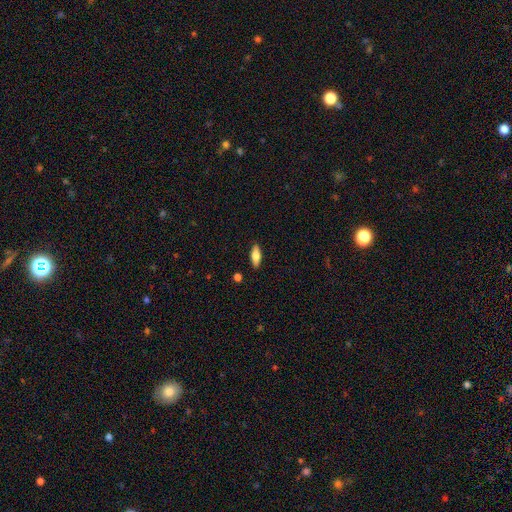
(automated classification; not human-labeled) Overall: smooth (69%). How rounded: in between (70%). Merging: none (89%).